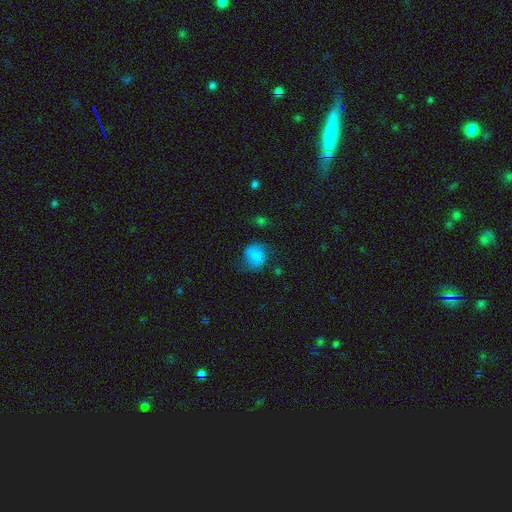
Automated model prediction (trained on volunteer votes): smooth-or-featured: smooth: 69% | featured or disk: 21% | star or artifact: 10%
  how-rounded: round: 60% | in between: 39% | cigar-shaped: 1%
  merging: none: 60% | minor disturbance: 24% | major disturbance: 14% | merger: 2%